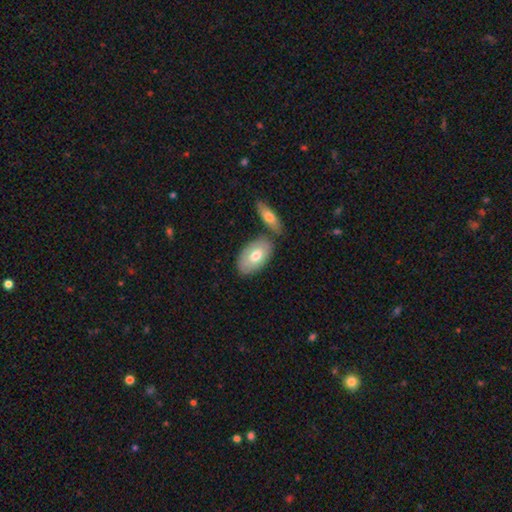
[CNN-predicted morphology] A smooth galaxy with no disk features (70%) that is in between round and cigar-shaped (93%). Merging: none (62%).